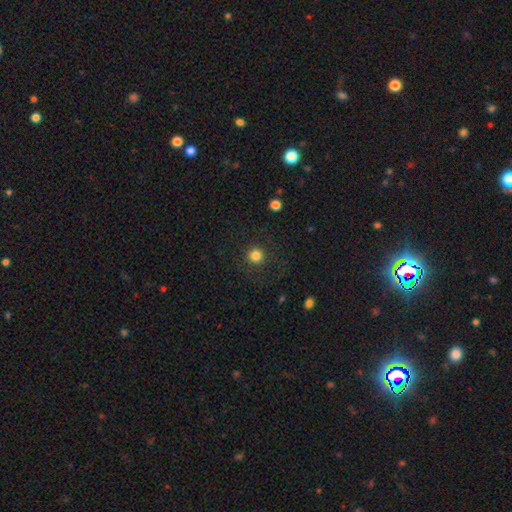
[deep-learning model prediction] The model was most divided on "smooth or featured": smooth: 83%, star or artifact: 12%, featured or disk: 5%. More confident: how rounded — round (95%); merging — none (87%).